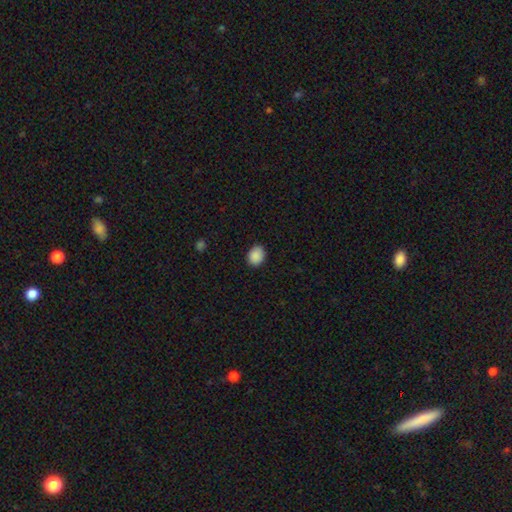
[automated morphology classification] Smooth or featured? smooth (89%)
How rounded? round (50%)
Merging? none (87%)